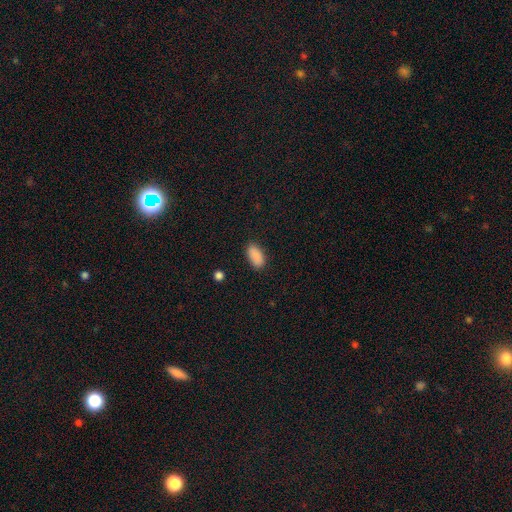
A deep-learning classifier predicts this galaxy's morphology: This is clearly a smooth galaxy (89%). How rounded: clearly in between (93%). Merging: clearly none (85%).